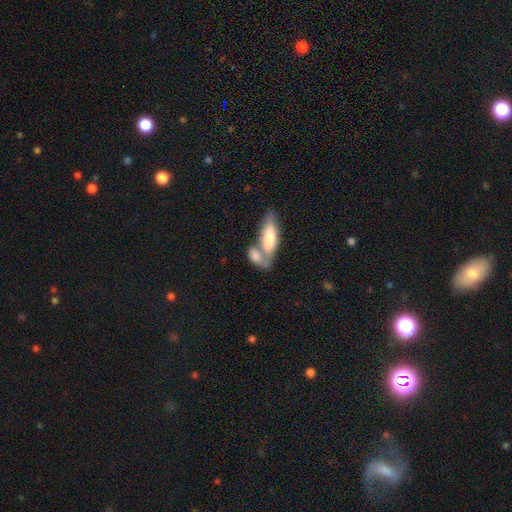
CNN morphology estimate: A smooth galaxy with no disk features (76%) that is in between round and cigar-shaped (74%). Merging: merger (63%).